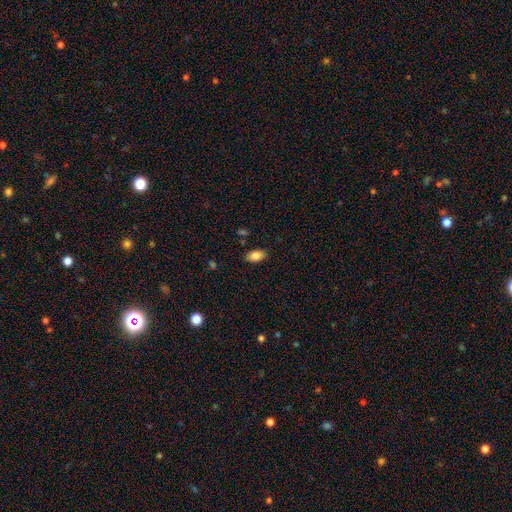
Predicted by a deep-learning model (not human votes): Overall: smooth (84%). How rounded: in between (91%). Merging: none (86%).